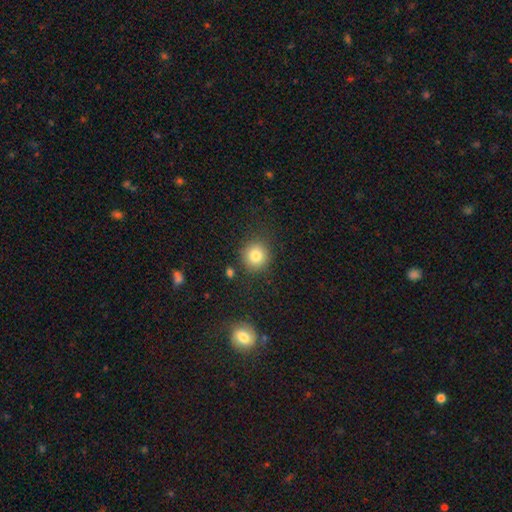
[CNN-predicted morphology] smooth-or-featured: smooth: 81% | star or artifact: 11% | featured or disk: 8%
  how-rounded: round: 91% | in between: 8% | cigar-shaped: 1%
  merging: none: 85% | minor disturbance: 9% | major disturbance: 3% | merger: 3%